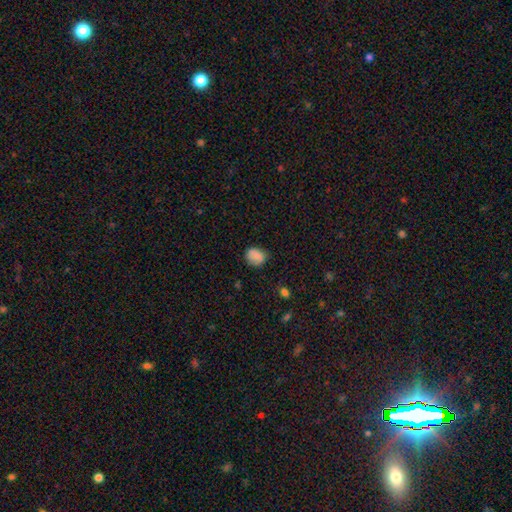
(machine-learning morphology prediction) The model was most divided on "how rounded": in between: 52%, round: 47%, cigar-shaped: 1%. More confident: smooth or featured — smooth (85%); merging — none (72%).